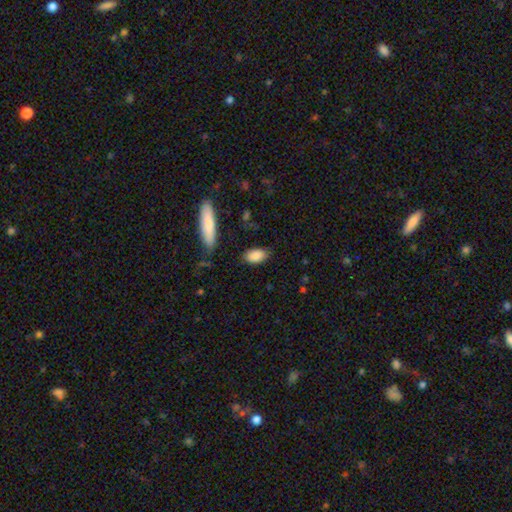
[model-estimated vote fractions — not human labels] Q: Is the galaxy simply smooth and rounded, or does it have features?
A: smooth — 87%.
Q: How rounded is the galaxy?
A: in between — 90%.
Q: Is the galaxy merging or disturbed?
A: none — 80%.